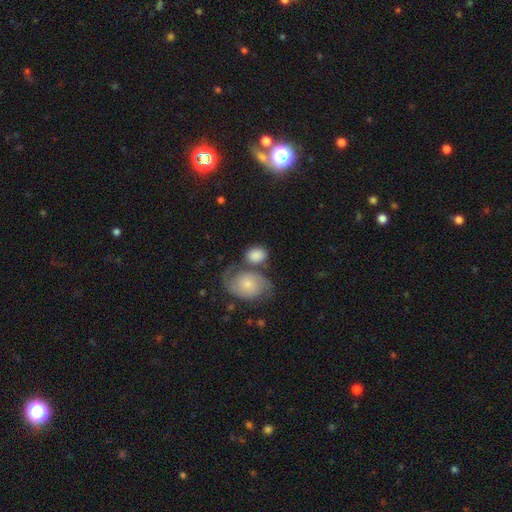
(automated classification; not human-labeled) Morphology: type=smooth (67%); roundness=in between (61%); merging=none (48%).